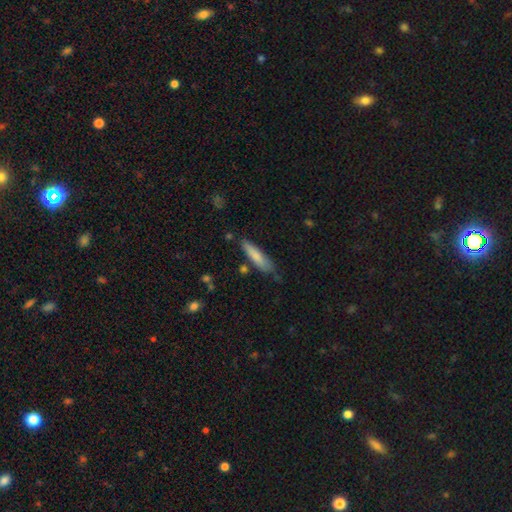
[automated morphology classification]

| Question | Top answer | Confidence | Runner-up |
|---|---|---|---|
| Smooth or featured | smooth | 79% | featured or disk (15%) |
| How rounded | cigar-shaped | 74% | in between (25%) |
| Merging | none | 67% | minor disturbance (23%) |